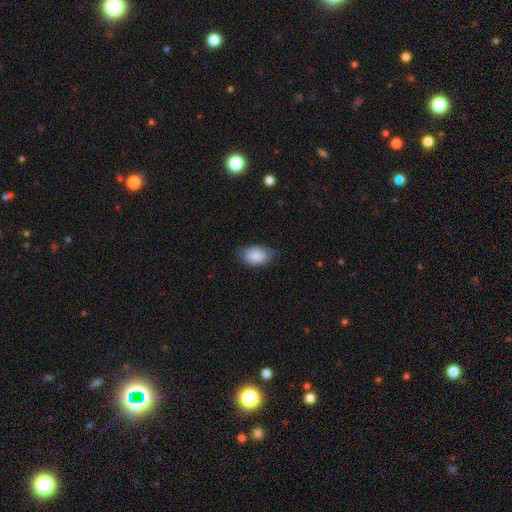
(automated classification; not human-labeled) Smooth or featured? Predicted: smooth (p=0.88). How rounded? Predicted: in between (p=0.89). Merging? Predicted: none (p=0.73).